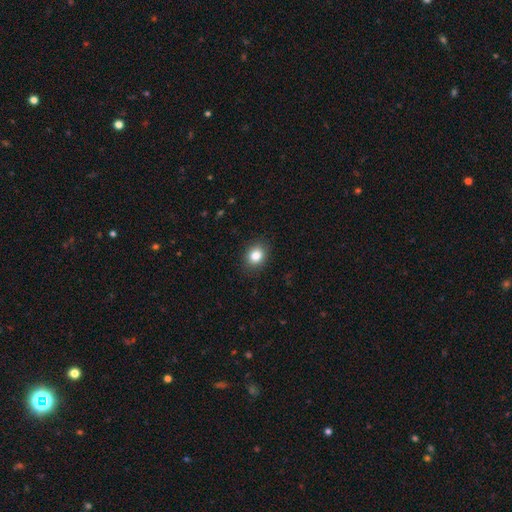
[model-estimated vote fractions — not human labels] Smooth or featured? Predicted: smooth (p=0.84). How rounded? Predicted: round (p=0.50). Merging? Predicted: none (p=0.87).